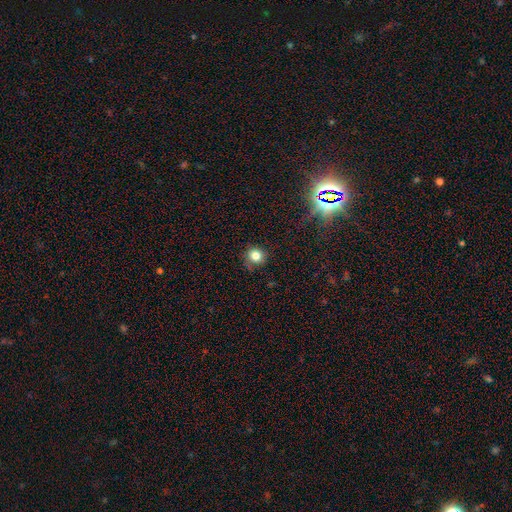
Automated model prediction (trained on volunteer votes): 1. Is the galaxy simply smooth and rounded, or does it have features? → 80% smooth, 14% star or artifact, 7% featured or disk.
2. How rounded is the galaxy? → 89% round, 10% in between, 1% cigar-shaped.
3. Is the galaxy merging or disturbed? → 80% none, 14% minor disturbance, 4% major disturbance, 1% merger.